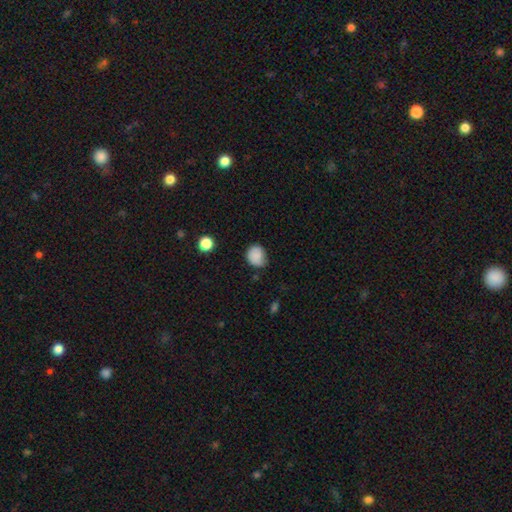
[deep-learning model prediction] smooth 84%, star or artifact 9%, featured or disk 7%. Down the decision tree: how rounded — round (66%); merging — none (62%).